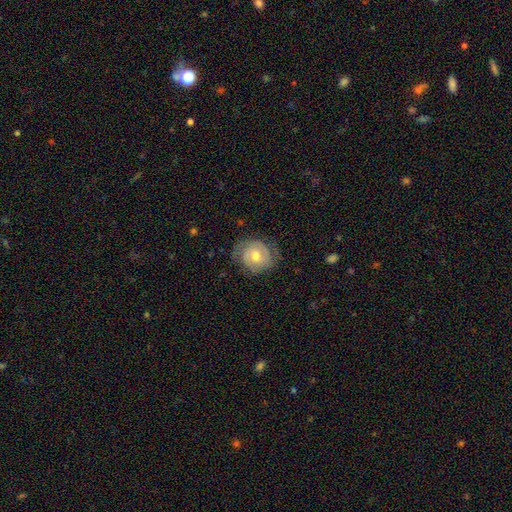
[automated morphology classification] Overall: featured or disk (65%; smooth 28%). Edge-on disk: no (97%). Bar: no (63%; weak 30%). Spiral arms: yes (84%). Spiral arm count: 2 (60%; can't tell 21%). Spiral winding: tight (60%; medium 30%). Bulge size: moderate (73%). Merging: none (70%).